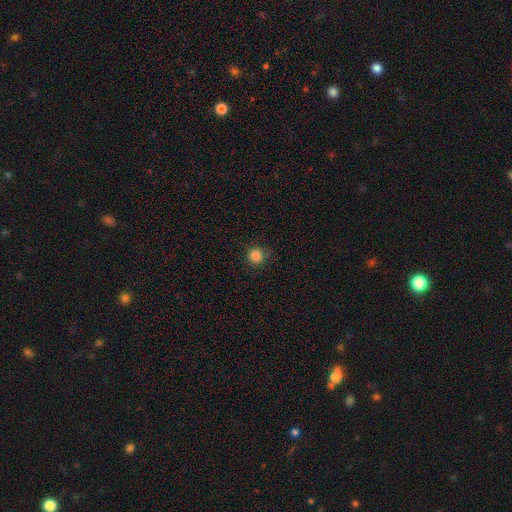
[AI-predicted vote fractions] A smooth galaxy with no disk features (85%) that is round (95%).

Vote fractions:
- Smooth or featured? smooth: 85% / star or artifact: 12% / featured or disk: 3%
- How rounded? round: 95% / in between: 4% / cigar-shaped: 1%
- Merging? none: 88% / minor disturbance: 8% / major disturbance: 3% / merger: 1%